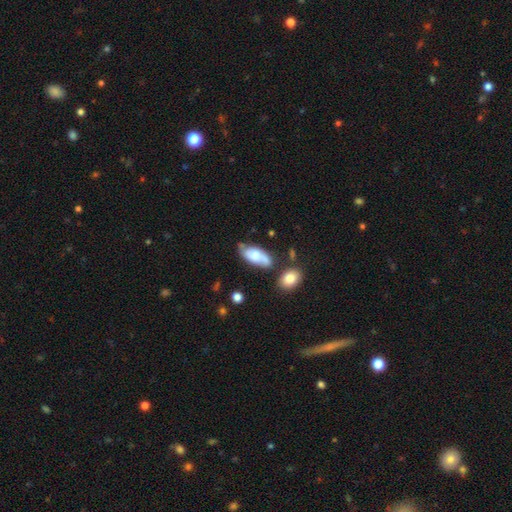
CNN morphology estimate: smooth 55%, featured or disk 38%, star or artifact 7%. Down the decision tree: how rounded — in between (88%); merging — none (52%).